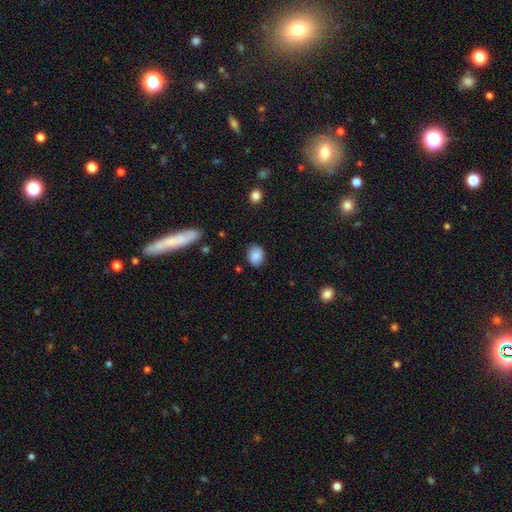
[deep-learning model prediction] Smooth or featured: smooth — 86% (star or artifact — 8%)
How rounded: in between — 58% (round — 41%)
Merging: none — 81% (minor disturbance — 14%)